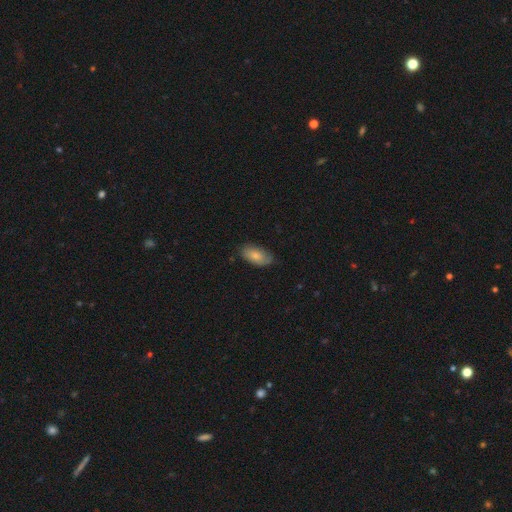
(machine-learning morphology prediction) This appears to be a smooth galaxy with no disk features (77%) that is in between round and cigar-shaped (93%). Merging: none (74%).